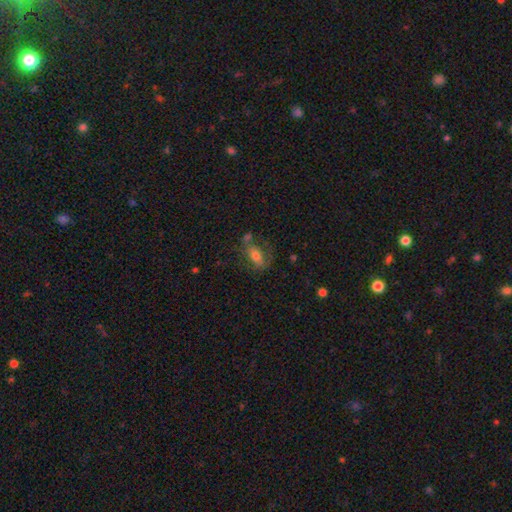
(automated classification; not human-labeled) This appears to be a smooth galaxy with no disk features (58%) that is in between round and cigar-shaped (82%). Merging: none (50%).